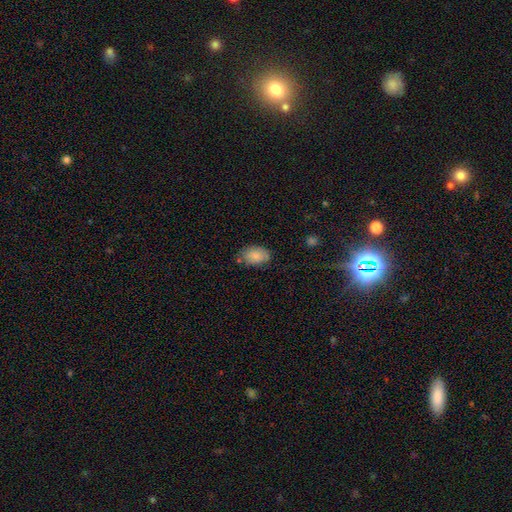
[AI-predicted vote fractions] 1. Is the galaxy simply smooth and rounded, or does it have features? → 85% smooth, 8% featured or disk, 7% star or artifact.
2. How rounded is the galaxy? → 90% in between, 8% round, 1% cigar-shaped.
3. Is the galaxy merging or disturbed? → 74% none, 19% minor disturbance, 4% major disturbance, 3% merger.